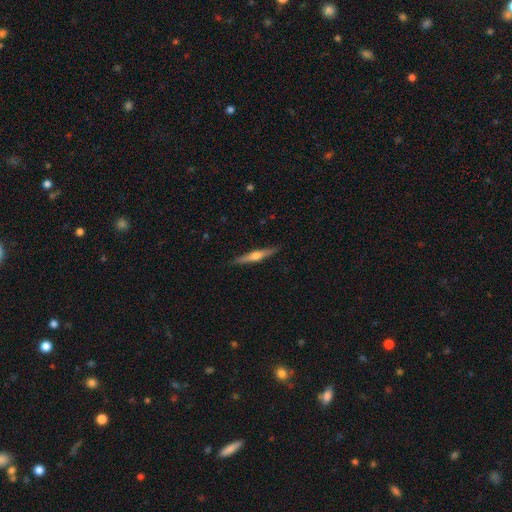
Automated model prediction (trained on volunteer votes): A featured or disk galaxy (64%) viewed edge-on (98%) with a rounded central bulge (88%).

Vote fractions:
- Smooth or featured? featured or disk: 64% / smooth: 31% / star or artifact: 6%
- Edge-on disk? yes: 98% / no: 2%
- Edge-on bulge? rounded: 88% / boxy: 7% / none: 6%
- Merging? none: 90% / minor disturbance: 8% / major disturbance: 2% / merger: 1%